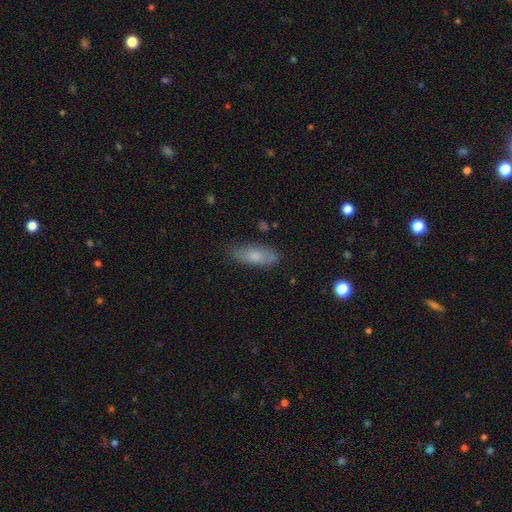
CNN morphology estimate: The model was most divided on "smooth or featured": smooth: 69%, featured or disk: 24%, star or artifact: 7%. More confident: merging — none (74%); how rounded — in between (72%).